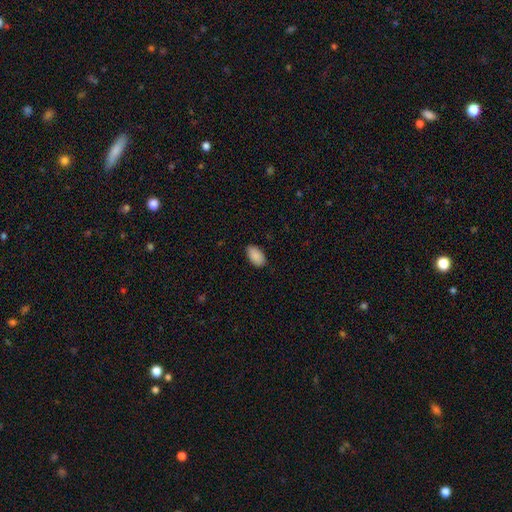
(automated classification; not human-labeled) Q: Smooth or featured?
A: smooth (90%); runner-up: star or artifact (6%)
Q: How rounded?
A: in between (95%); runner-up: round (3%)
Q: Merging?
A: none (87%); runner-up: minor disturbance (10%)